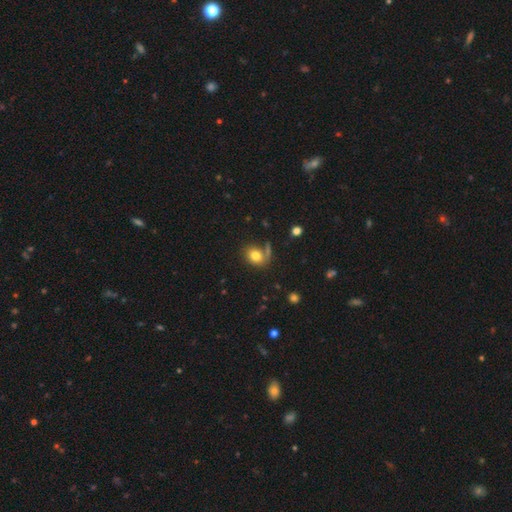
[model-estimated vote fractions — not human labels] smooth_or_featured: smooth (p=0.78) [alt: featured or disk p=0.11]
how_rounded: in between (p=0.52) [alt: round p=0.47]
merging: none (p=0.66) [alt: minor disturbance p=0.15]